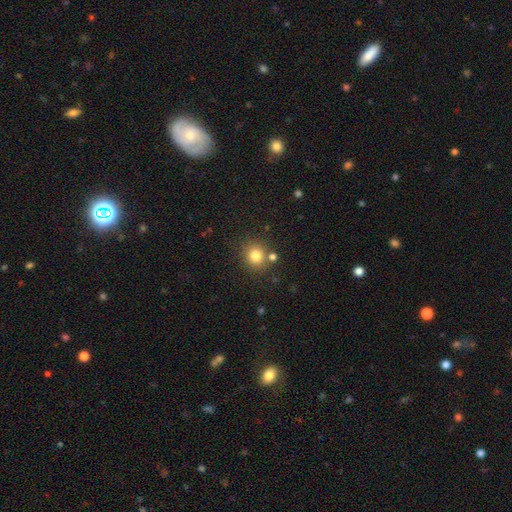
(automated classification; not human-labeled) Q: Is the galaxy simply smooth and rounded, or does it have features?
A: smooth — 80%.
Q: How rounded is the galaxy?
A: round — 85%.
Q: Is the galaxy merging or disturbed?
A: none — 77%.